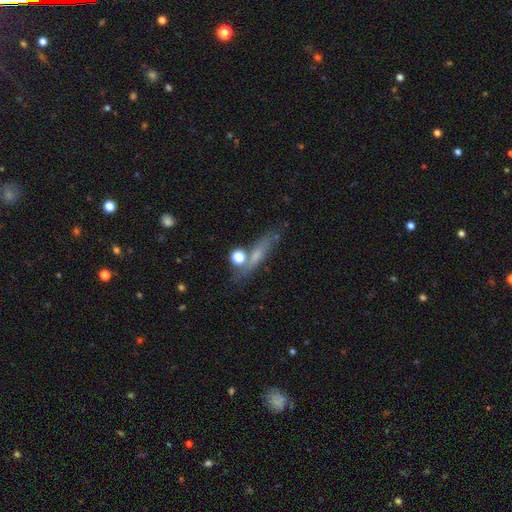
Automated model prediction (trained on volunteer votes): Q: Smooth or featured?
A: smooth (50%); runner-up: featured or disk (35%)
Q: How rounded?
A: cigar-shaped (73%); runner-up: in between (19%)
Q: Merging?
A: none (67%); runner-up: minor disturbance (16%)